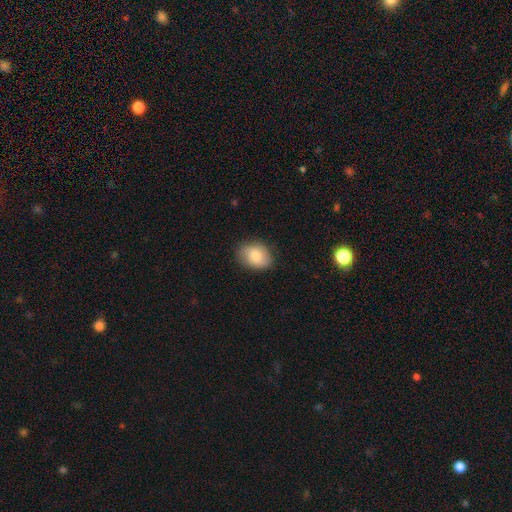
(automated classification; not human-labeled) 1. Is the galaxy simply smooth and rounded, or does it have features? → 81% smooth, 12% featured or disk, 7% star or artifact.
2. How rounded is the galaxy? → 64% in between, 35% round, 1% cigar-shaped.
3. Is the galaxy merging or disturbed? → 83% none, 13% minor disturbance, 3% major disturbance, 1% merger.